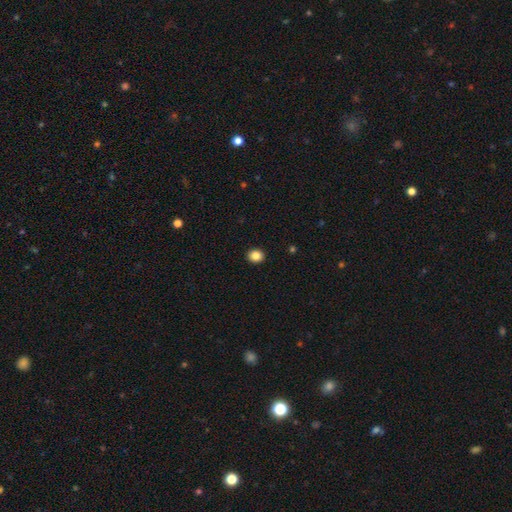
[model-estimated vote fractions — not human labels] Smooth or featured? smooth (85%)
How rounded? round (74%)
Merging? none (93%)